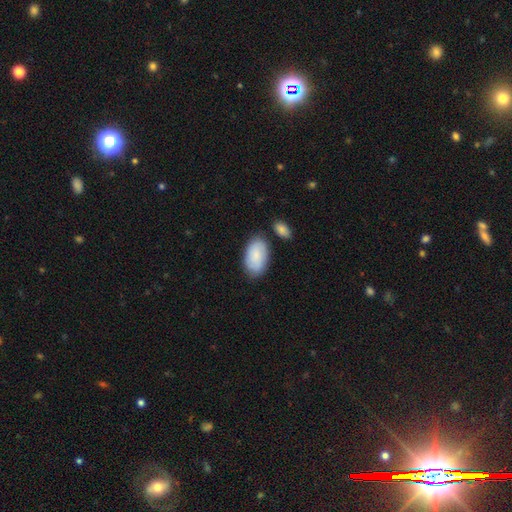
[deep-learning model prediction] smooth_or_featured: smooth (p=0.78) [alt: featured or disk p=0.16]
how_rounded: in between (p=0.94) [alt: round p=0.04]
merging: none (p=0.74) [alt: minor disturbance p=0.16]